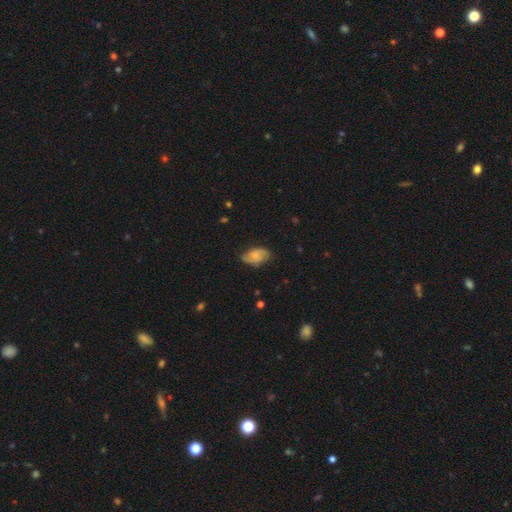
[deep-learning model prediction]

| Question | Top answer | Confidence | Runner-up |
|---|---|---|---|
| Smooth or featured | smooth | 51% | featured or disk (42%) |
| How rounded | in between | 90% | round (8%) |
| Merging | none | 65% | minor disturbance (27%) |